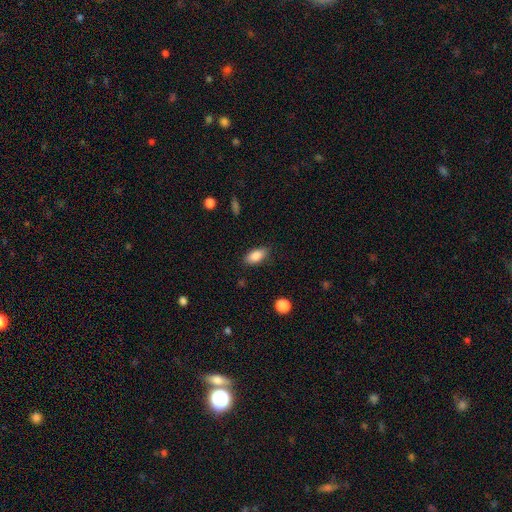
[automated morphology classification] A smooth galaxy with no disk features (86%) that is in between round and cigar-shaped (90%). Merging: none (84%).